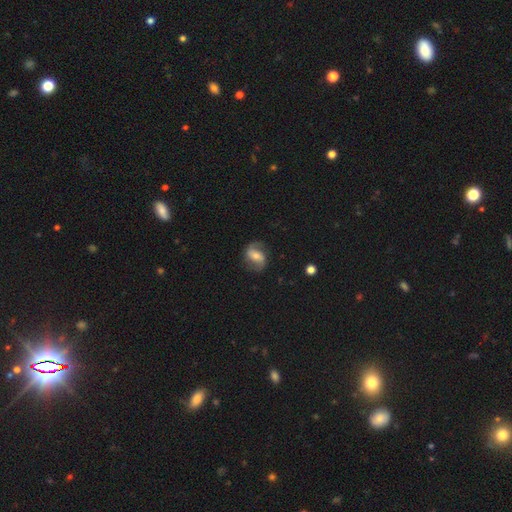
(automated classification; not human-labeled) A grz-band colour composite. It shows a featured or disk galaxy (69%) with a weak bar (39%), 2 (88%) loose (43%) spiral arms (90%) and a moderate central bulge (52%). Merging: none (75%).